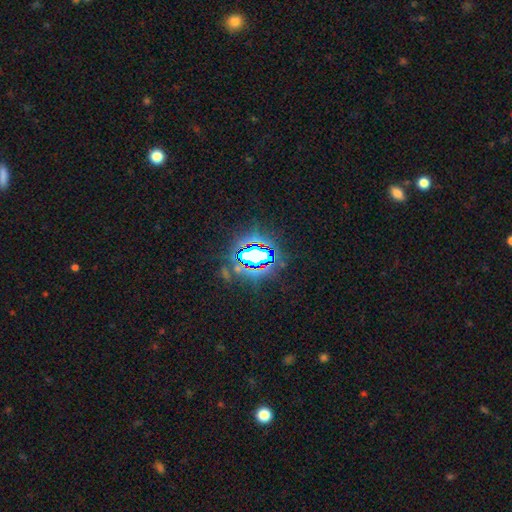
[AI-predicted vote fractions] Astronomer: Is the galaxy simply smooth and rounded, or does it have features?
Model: star or artifact — 73%.